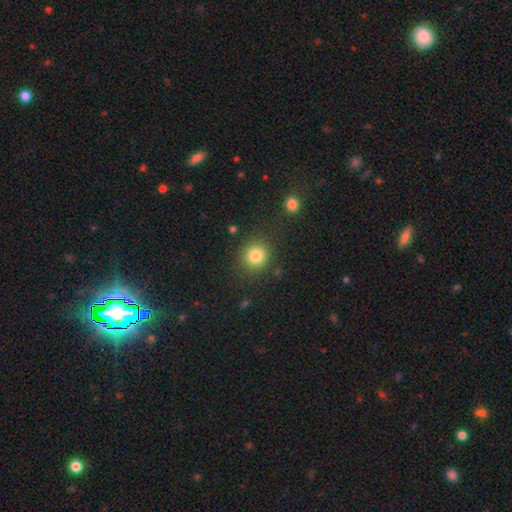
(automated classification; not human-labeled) This appears to be a smooth galaxy with no disk features (83%) that is round (88%). Merging: none (85%).